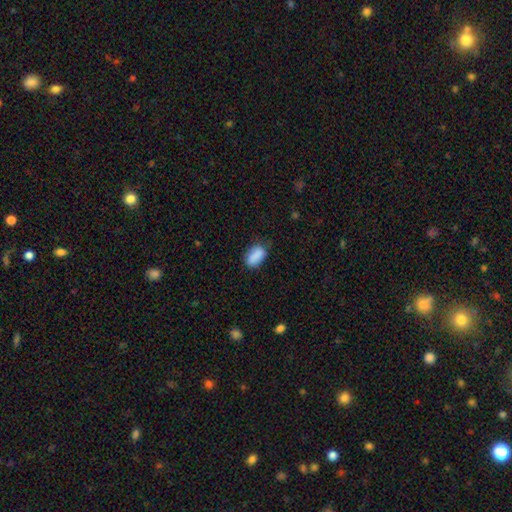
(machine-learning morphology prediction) Smooth or featured: smooth — 86% (star or artifact — 8%)
How rounded: in between — 89% (round — 6%)
Merging: none — 71% (minor disturbance — 22%)